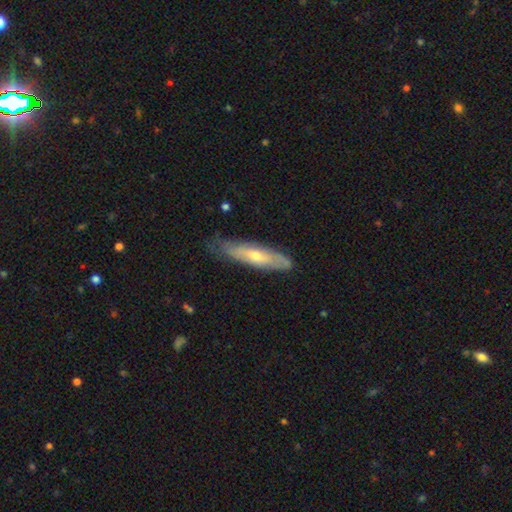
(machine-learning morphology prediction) A featured or disk galaxy (53%). Merging: none (69%).